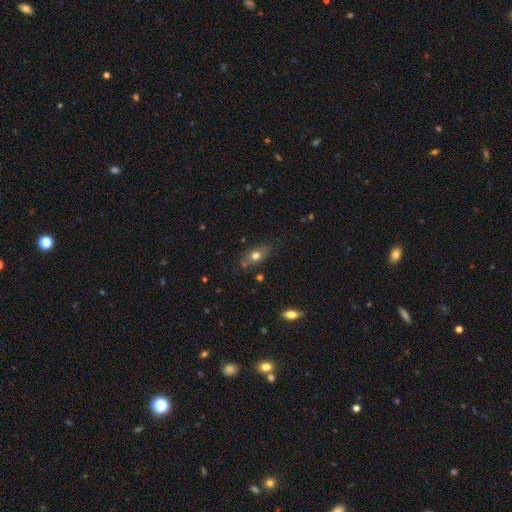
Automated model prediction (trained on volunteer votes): Smooth or featured? smooth (67%)
How rounded? in between (71%)
Merging? none (69%)